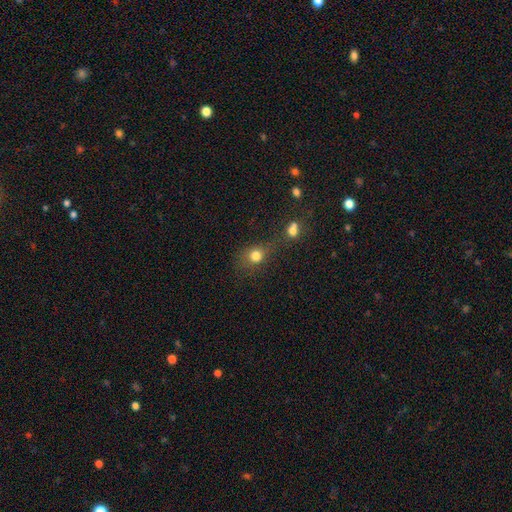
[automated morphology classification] smooth 78%, star or artifact 14%, featured or disk 8%. Down the decision tree: how rounded — round (74%); merging — none (52%).